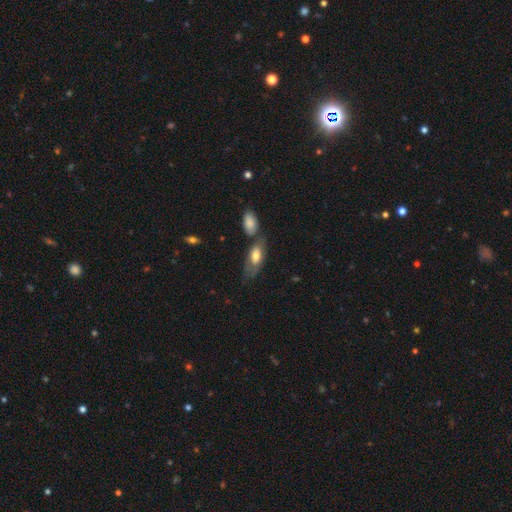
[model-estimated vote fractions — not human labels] Smooth or featured? smooth (62%)
How rounded? in between (84%)
Merging? none (47%)